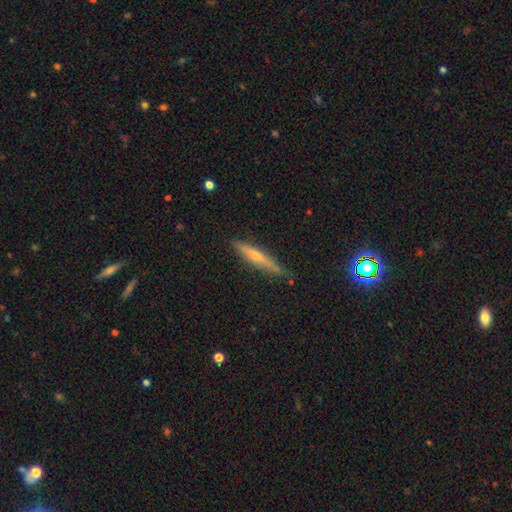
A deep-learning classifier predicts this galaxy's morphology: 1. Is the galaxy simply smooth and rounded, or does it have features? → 60% featured or disk, 33% smooth, 8% star or artifact.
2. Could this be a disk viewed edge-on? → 95% yes, 5% no.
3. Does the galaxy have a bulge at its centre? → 74% rounded, 22% none, 5% boxy.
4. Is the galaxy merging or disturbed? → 83% none, 13% minor disturbance, 2% major disturbance, 2% merger.